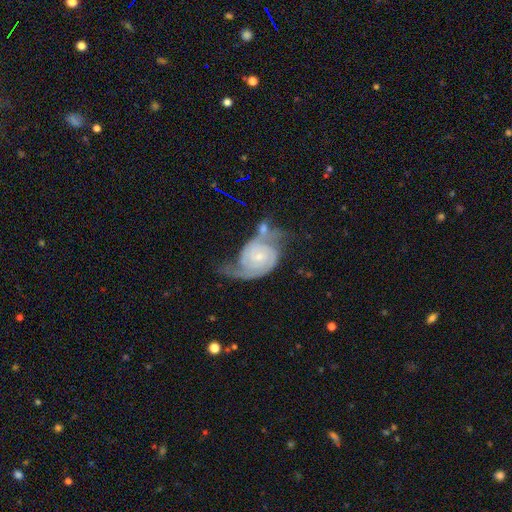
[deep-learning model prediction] Smooth or featured: featured or disk — 83% (smooth — 10%)
Edge-on disk: no — 97% (yes — 3%)
Bar: no — 70% (weak — 24%)
Spiral arms: yes — 95% (no — 5%)
Spiral winding: medium — 39% (tight — 38%)
Spiral arm count: 2 — 68% (1 — 13%)
Bulge size: small — 68% (moderate — 23%)
Merging: none — 38% (major disturbance — 22%)